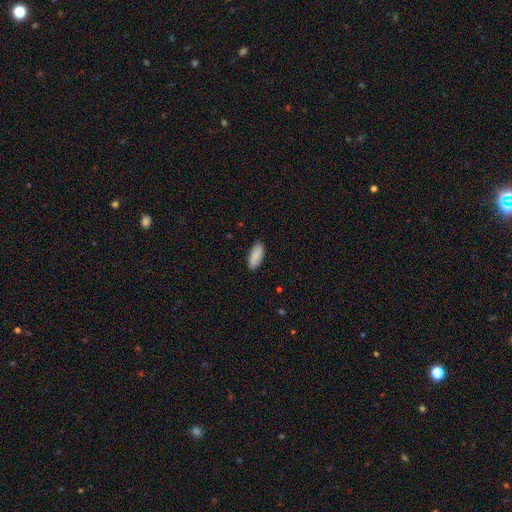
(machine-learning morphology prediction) type=smooth (88%); roundness=in between (82%); merging=none (88%).